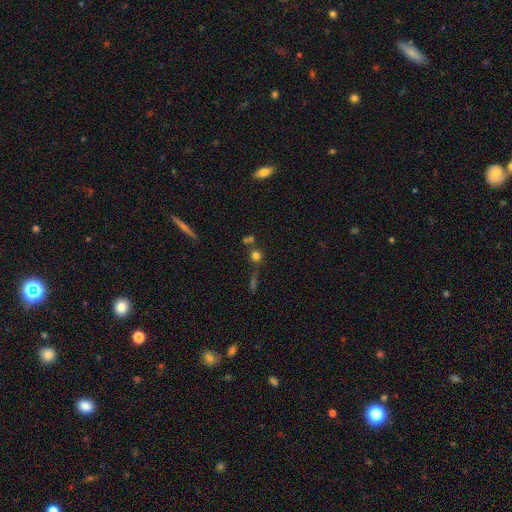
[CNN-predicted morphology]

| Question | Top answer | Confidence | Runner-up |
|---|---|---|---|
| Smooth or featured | smooth | 69% | star or artifact (20%) |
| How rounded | round | 91% | in between (7%) |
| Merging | none | 62% | merger (24%) |